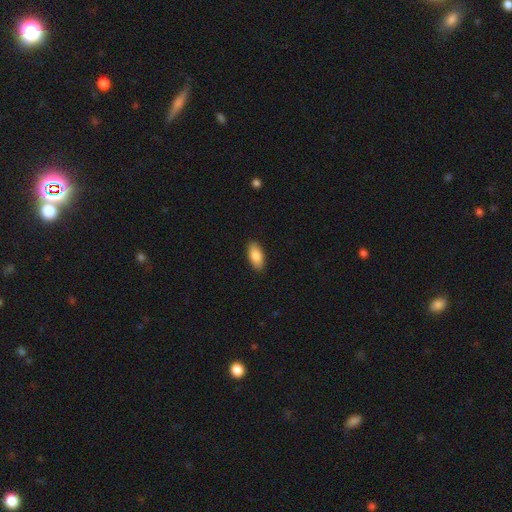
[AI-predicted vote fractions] smooth_or_featured: smooth (p=0.85) [alt: featured or disk p=0.09]
how_rounded: in between (p=0.90) [alt: cigar-shaped p=0.08]
merging: none (p=0.89) [alt: minor disturbance p=0.08]